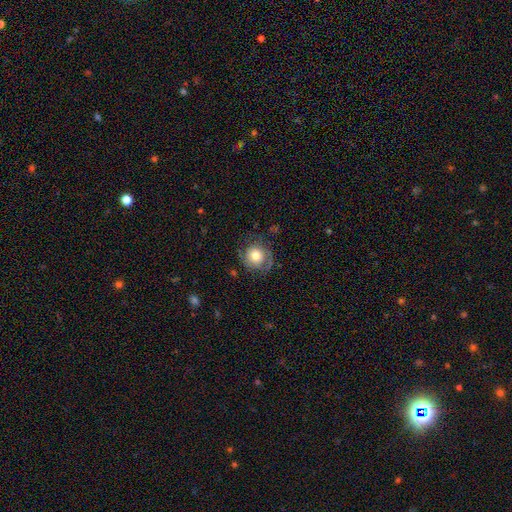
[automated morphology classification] This is possibly a smooth galaxy (56%). How rounded: clearly round (88%). Merging: likely none (67%).